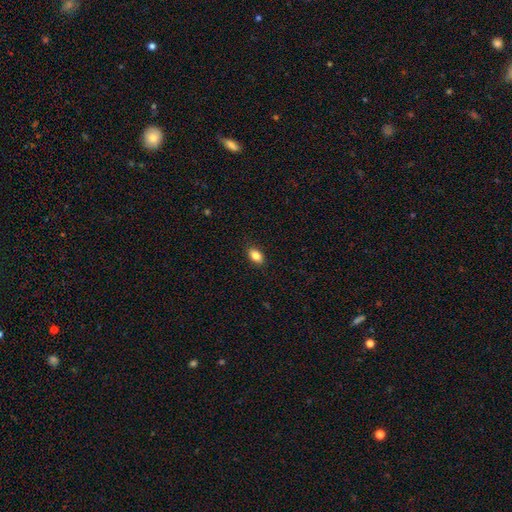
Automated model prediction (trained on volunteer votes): Morphology: type=smooth (85%); roundness=in between (88%); merging=none (88%).